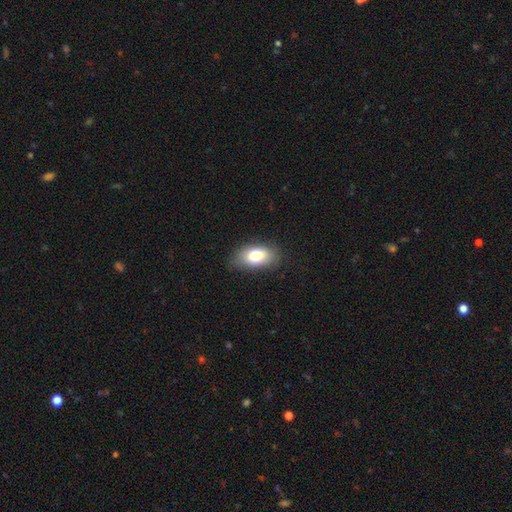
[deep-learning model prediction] A smooth galaxy with no disk features (79%) that is in between round and cigar-shaped (91%).

Vote fractions:
- Smooth or featured? smooth: 79% / featured or disk: 13% / star or artifact: 8%
- How rounded? in between: 91% / round: 6% / cigar-shaped: 4%
- Merging? none: 80% / minor disturbance: 15% / major disturbance: 4% / merger: 1%